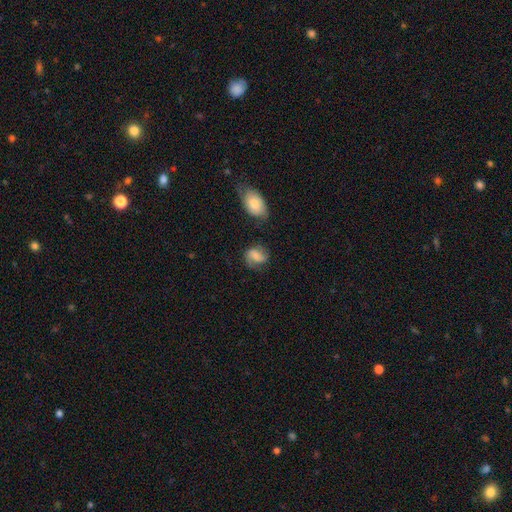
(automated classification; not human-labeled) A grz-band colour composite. It shows a featured or disk galaxy (46%). Merging: none (60%).